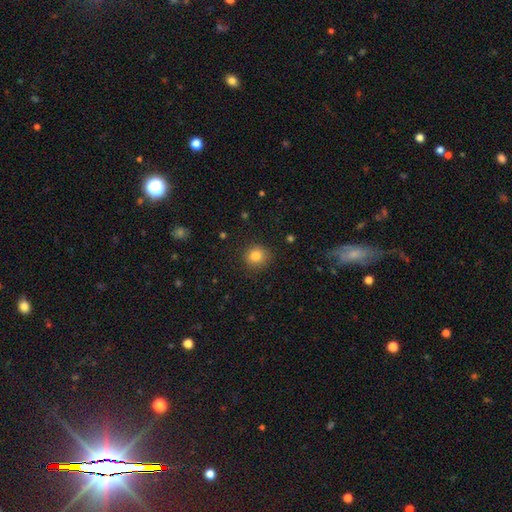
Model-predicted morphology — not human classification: Smooth or featured? smooth (83%)
How rounded? round (86%)
Merging? none (86%)